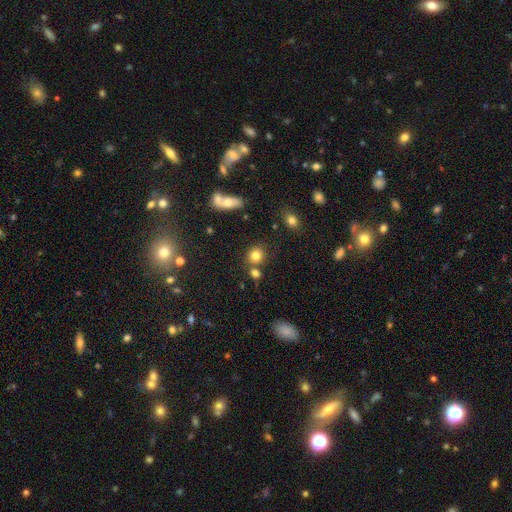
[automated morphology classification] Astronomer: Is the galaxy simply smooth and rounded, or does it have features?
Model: smooth — 79%.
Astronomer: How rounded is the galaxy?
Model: round — 82%.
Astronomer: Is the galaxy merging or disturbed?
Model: none — 69%.